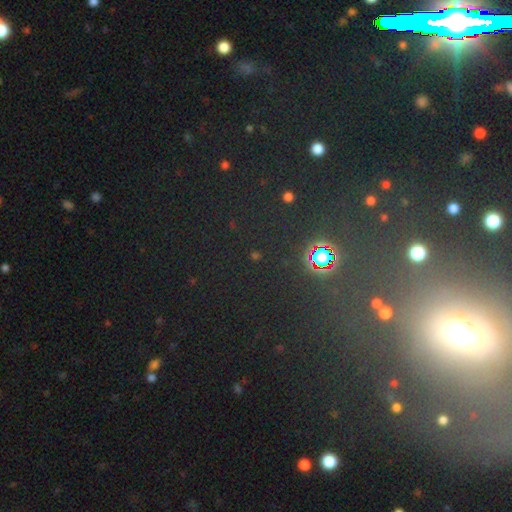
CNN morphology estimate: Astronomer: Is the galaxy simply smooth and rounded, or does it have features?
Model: star or artifact — 73%.